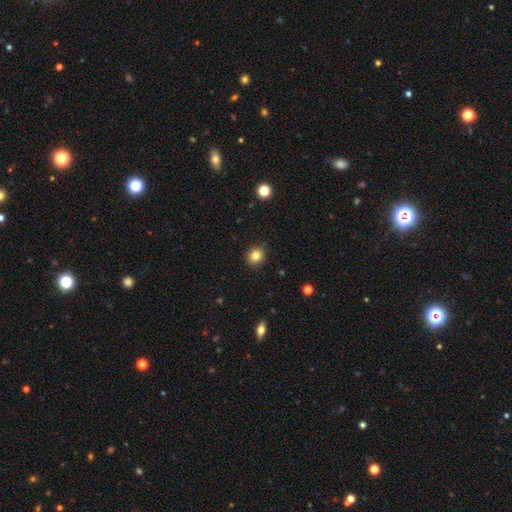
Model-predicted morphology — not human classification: Q: Smooth or featured?
A: smooth (82%); runner-up: star or artifact (11%)
Q: How rounded?
A: round (80%); runner-up: in between (20%)
Q: Merging?
A: none (89%); runner-up: minor disturbance (8%)